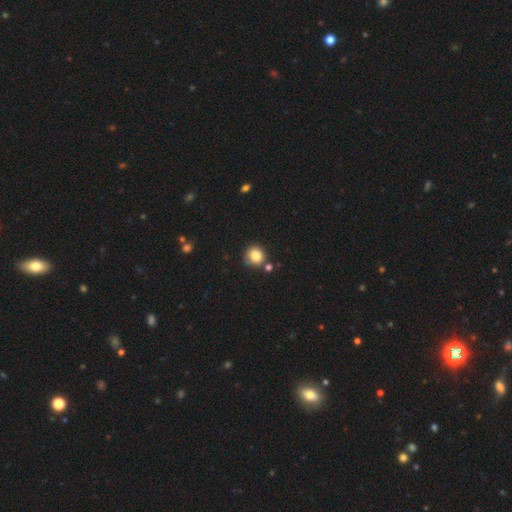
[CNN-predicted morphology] Smooth or featured: smooth — 84% (star or artifact — 10%)
How rounded: round — 89% (in between — 10%)
Merging: none — 73% (minor disturbance — 13%)